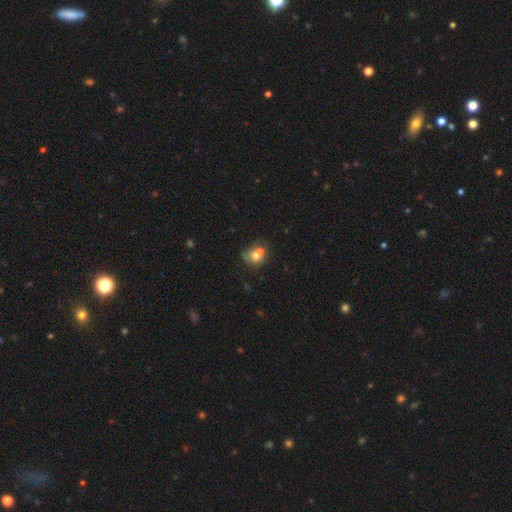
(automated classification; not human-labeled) smooth 63%, featured or disk 24%, star or artifact 12%. Down the decision tree: how rounded — round (65%); merging — merger (55%).